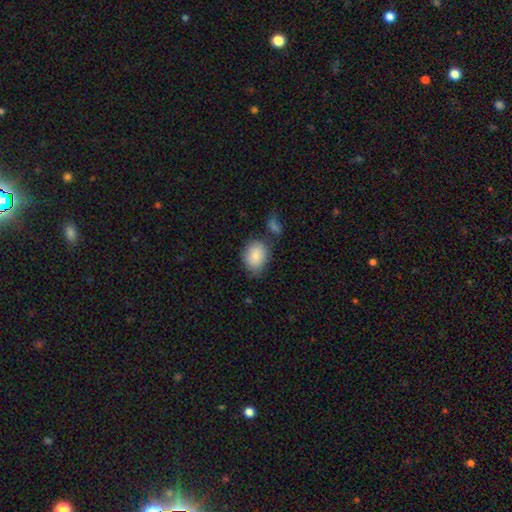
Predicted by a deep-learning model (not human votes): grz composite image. It shows a smooth galaxy with no disk features (86%) that is in between round and cigar-shaped (71%). Merging: none (61%).